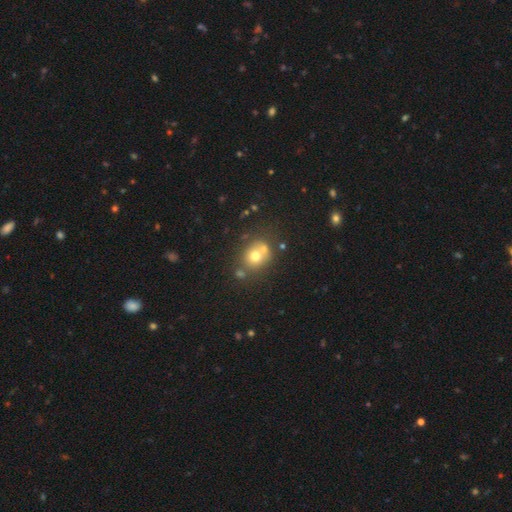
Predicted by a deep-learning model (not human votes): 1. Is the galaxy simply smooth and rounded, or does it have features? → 67% smooth, 18% featured or disk, 15% star or artifact.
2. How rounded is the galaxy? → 74% round, 25% in between, 1% cigar-shaped.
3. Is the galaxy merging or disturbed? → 50% none, 35% merger, 11% minor disturbance, 4% major disturbance.